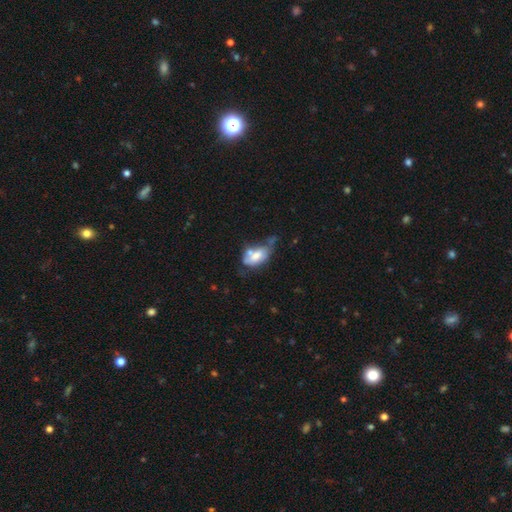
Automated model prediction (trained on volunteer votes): This appears to be a smooth galaxy with no disk features (57%) that is in between round and cigar-shaped (87%). Merging: merger (34%).